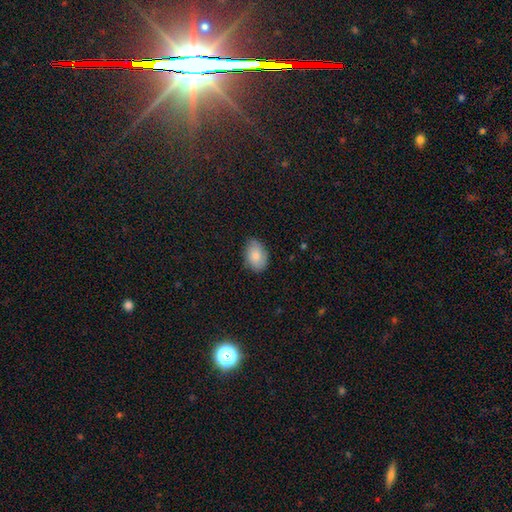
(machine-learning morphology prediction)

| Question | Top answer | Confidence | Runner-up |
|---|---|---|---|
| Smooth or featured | smooth | 82% | featured or disk (11%) |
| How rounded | in between | 84% | round (15%) |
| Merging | none | 78% | minor disturbance (18%) |